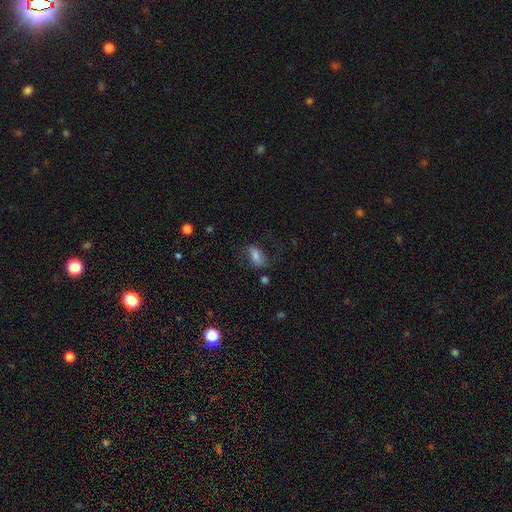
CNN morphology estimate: This is likely a smooth galaxy (66%). How rounded: clearly in between (85%). Merging: likely none (61%).